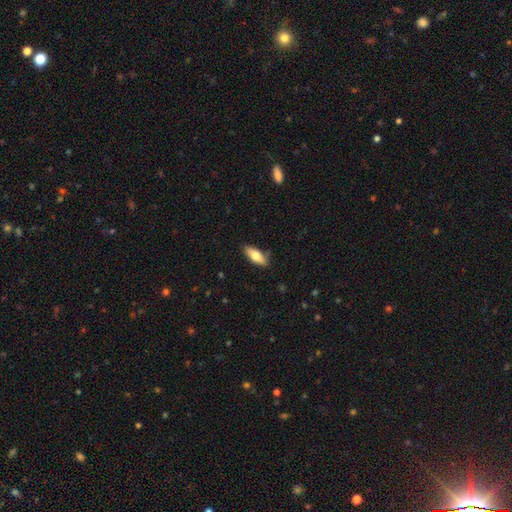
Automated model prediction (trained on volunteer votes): smooth_or_featured: smooth (p=0.74) [alt: featured or disk p=0.20]
how_rounded: in between (p=0.74) [alt: cigar-shaped p=0.24]
merging: none (p=0.84) [alt: minor disturbance p=0.12]